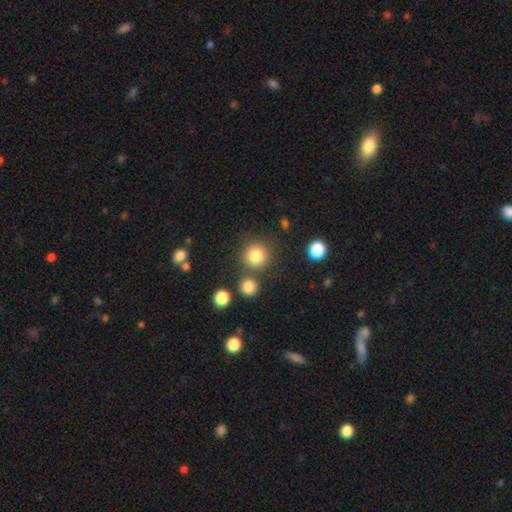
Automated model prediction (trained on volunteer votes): smooth 82%, star or artifact 12%, featured or disk 6%. Down the decision tree: how rounded — round (93%); merging — none (76%).